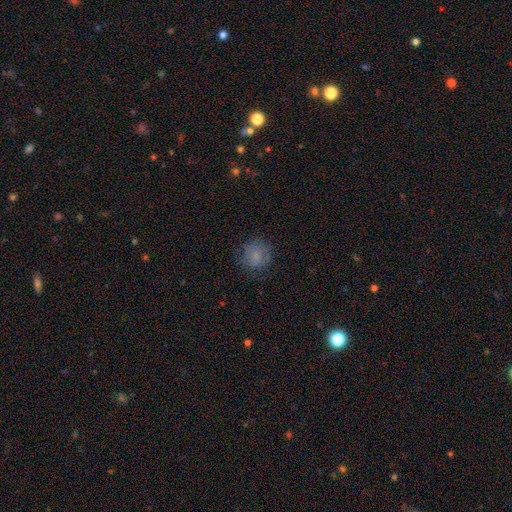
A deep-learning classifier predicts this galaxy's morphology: Overall: smooth (78%). How rounded: round (89%). Merging: none (77%).